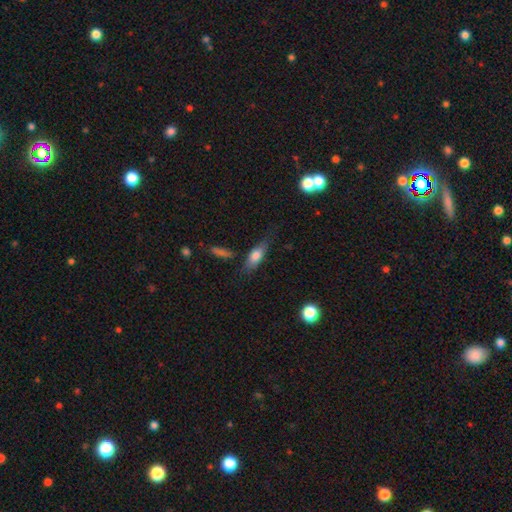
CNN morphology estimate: A smooth galaxy with no disk features (70%) that is in between round and cigar-shaped (65%).

Vote fractions:
- Smooth or featured? smooth: 70% / featured or disk: 22% / star or artifact: 8%
- How rounded? in between: 65% / cigar-shaped: 31% / round: 4%
- Merging? none: 61% / minor disturbance: 25% / major disturbance: 9% / merger: 5%